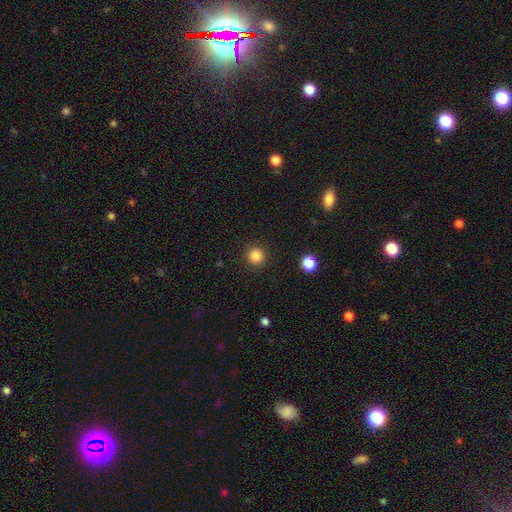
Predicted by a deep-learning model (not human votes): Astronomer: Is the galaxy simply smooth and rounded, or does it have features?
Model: smooth — 85%.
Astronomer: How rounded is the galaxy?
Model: round — 95%.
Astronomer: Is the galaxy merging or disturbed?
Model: none — 91%.